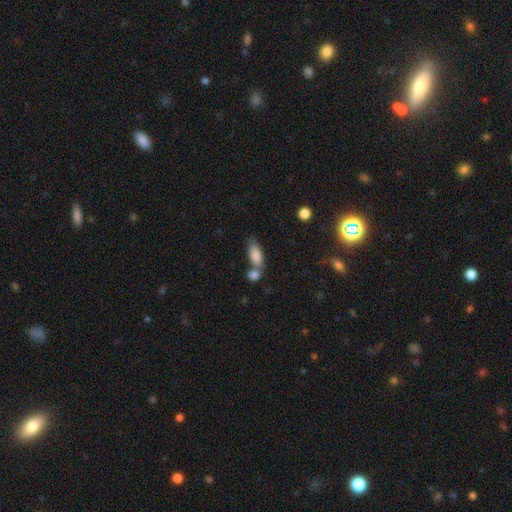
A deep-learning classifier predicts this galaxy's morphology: Smooth or featured? Predicted: smooth (p=0.85). How rounded? Predicted: in between (p=0.84). Merging? Predicted: merger (p=0.42).